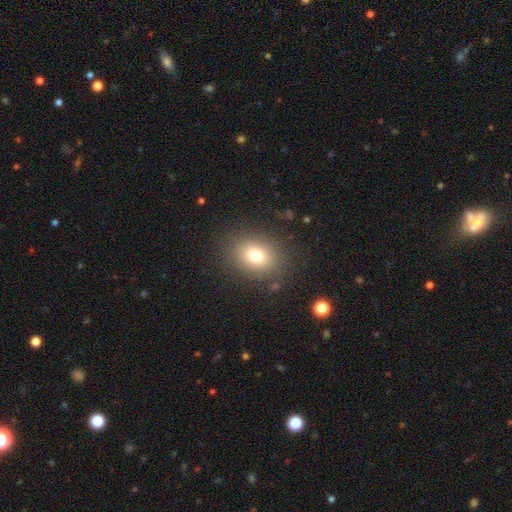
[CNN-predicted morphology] smooth_or_featured: smooth (p=0.76) [alt: star or artifact p=0.13]
how_rounded: in between (p=0.51) [alt: round p=0.48]
merging: none (p=0.84) [alt: minor disturbance p=0.10]